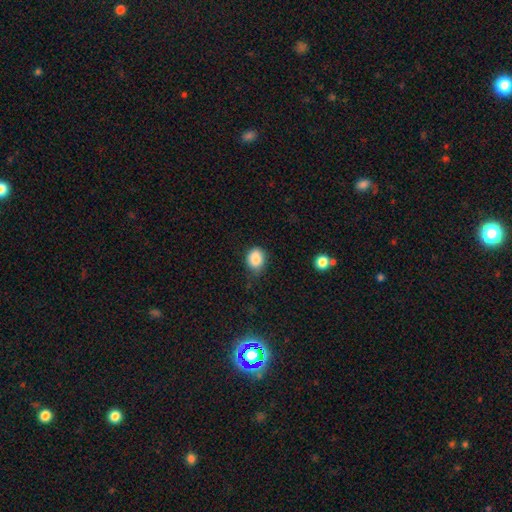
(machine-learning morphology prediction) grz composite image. It shows a smooth galaxy with no disk features (87%) that is round (53%). Merging: none (66%).